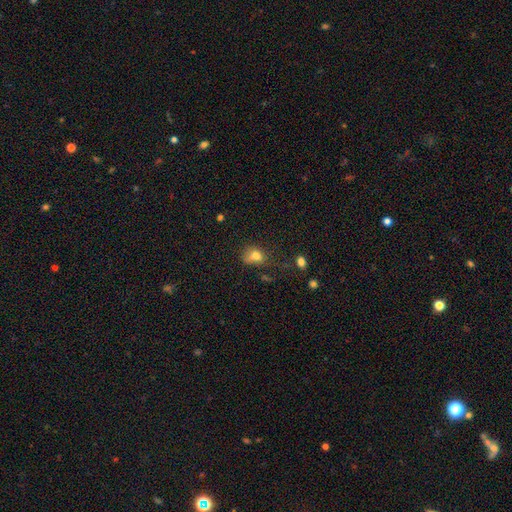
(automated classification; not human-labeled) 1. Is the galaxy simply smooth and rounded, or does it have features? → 76% smooth, 13% star or artifact, 11% featured or disk.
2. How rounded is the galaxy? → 55% in between, 44% round, 2% cigar-shaped.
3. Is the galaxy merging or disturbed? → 42% none, 29% minor disturbance, 19% major disturbance, 9% merger.